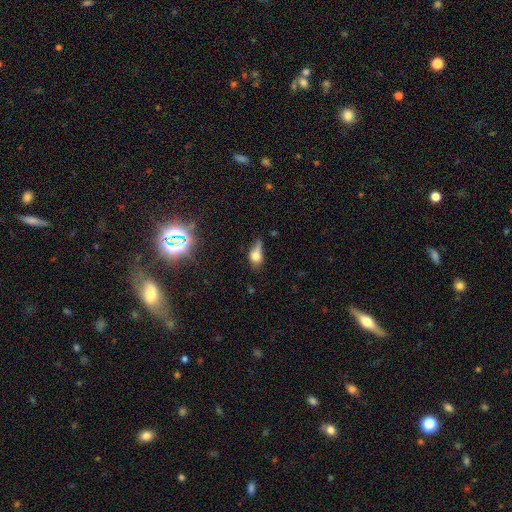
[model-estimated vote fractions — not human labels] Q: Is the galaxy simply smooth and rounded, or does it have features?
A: smooth — 65%.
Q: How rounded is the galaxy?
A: in between — 66%.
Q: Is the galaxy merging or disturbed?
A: minor disturbance — 35%.